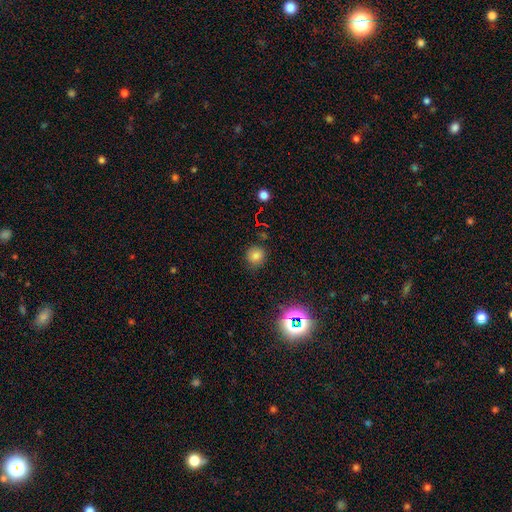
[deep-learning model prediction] A smooth galaxy with no disk features (77%) that is round (86%).

Vote fractions:
- Smooth or featured? smooth: 77% / star or artifact: 17% / featured or disk: 6%
- How rounded? round: 86% / in between: 13% / cigar-shaped: 1%
- Merging? none: 82% / minor disturbance: 13% / major disturbance: 3% / merger: 2%